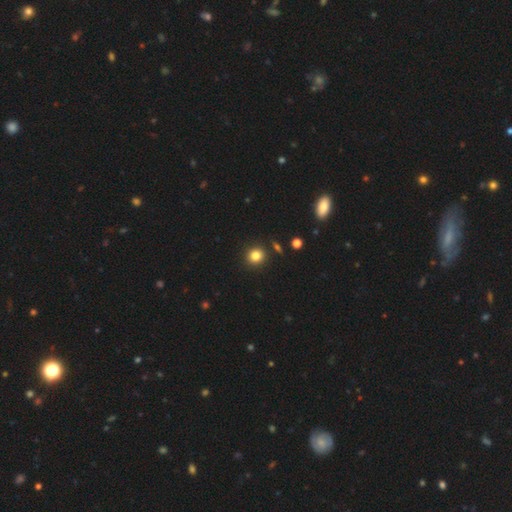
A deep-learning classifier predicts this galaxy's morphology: smooth-or-featured: smooth: 83% | star or artifact: 12% | featured or disk: 5%
  how-rounded: round: 85% | in between: 14% | cigar-shaped: 1%
  merging: none: 88% | minor disturbance: 7% | merger: 3% | major disturbance: 2%